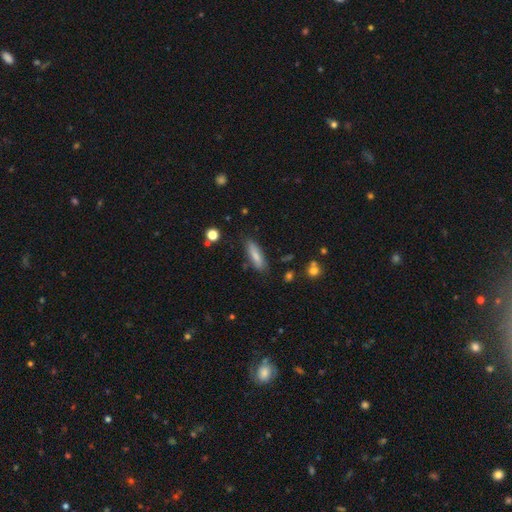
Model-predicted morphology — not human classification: A smooth galaxy with no disk features (76%) that is cigar-shaped (59%). Merging: none (81%).